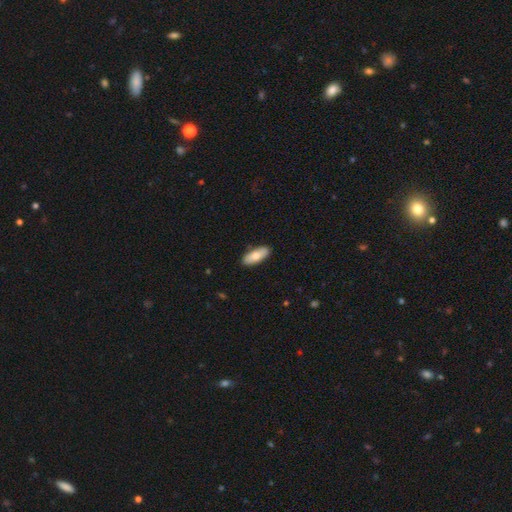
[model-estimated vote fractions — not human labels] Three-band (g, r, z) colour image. It shows a smooth galaxy with no disk features (74%) that is in between round and cigar-shaped (77%). Merging: none (88%).